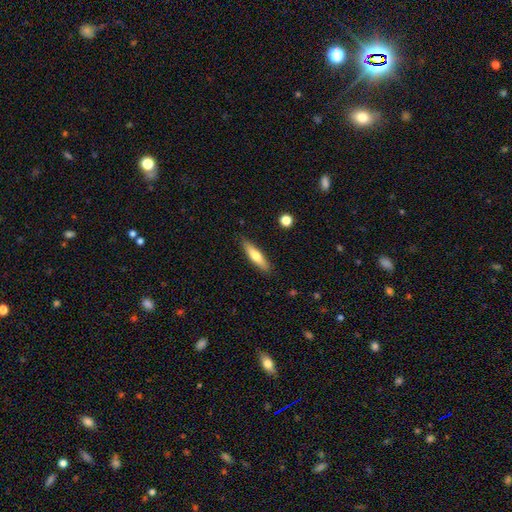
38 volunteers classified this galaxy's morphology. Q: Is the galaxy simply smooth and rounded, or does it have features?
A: smooth — 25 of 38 (66%).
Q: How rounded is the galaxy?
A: cigar-shaped — 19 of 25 (76%).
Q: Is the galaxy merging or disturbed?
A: none — 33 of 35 (94%).